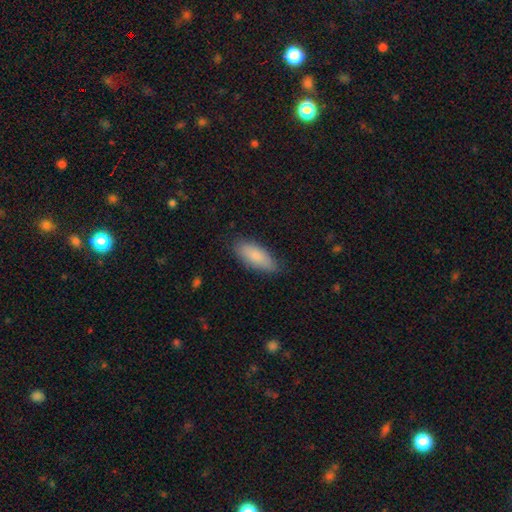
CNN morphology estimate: Smooth or featured? smooth (84%)
How rounded? in between (78%)
Merging? none (82%)